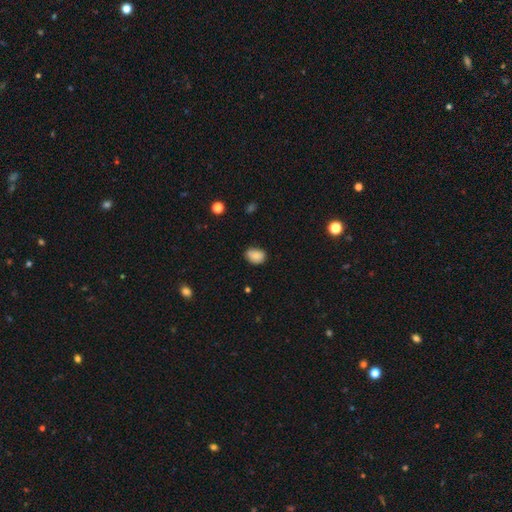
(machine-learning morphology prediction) Smooth or featured?
  - smooth: 86% *
  - star or artifact: 9%
  - featured or disk: 6%
How rounded?
  - in between: 69% *
  - round: 30%
  - cigar-shaped: 1%
Merging?
  - none: 67% *
  - minor disturbance: 27%
  - major disturbance: 4%
  - merger: 2%